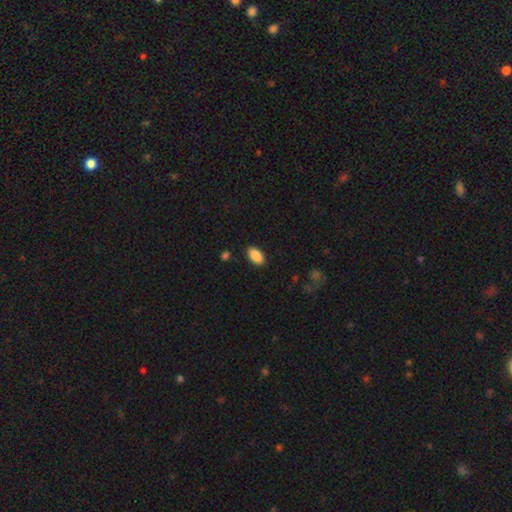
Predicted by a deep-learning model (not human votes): Overall: smooth (89%). How rounded: in between (94%). Merging: none (88%).